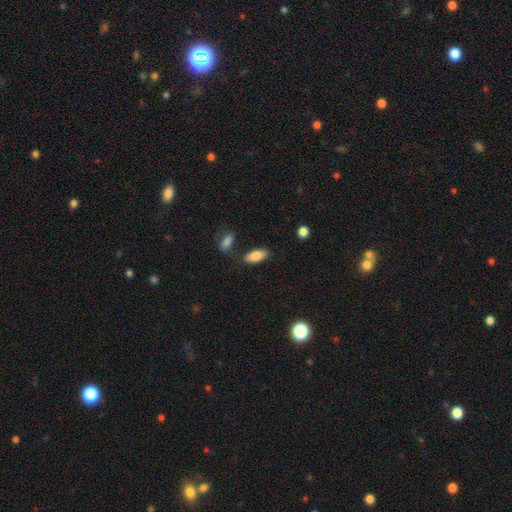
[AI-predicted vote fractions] Smooth or featured? Predicted: smooth (p=0.84). How rounded? Predicted: in between (p=0.85). Merging? Predicted: none (p=0.76).